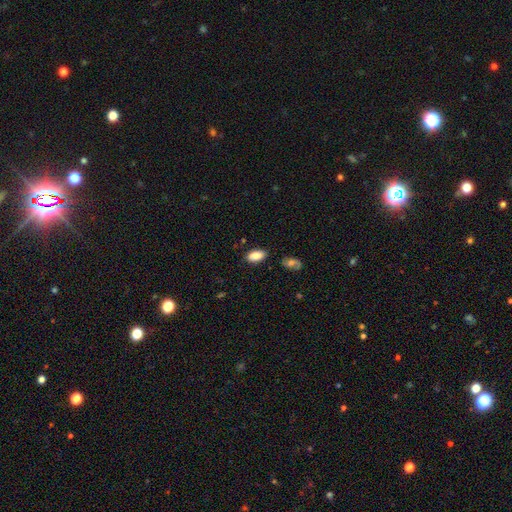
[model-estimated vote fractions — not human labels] smooth_or_featured: smooth (p=0.85) [alt: featured or disk p=0.07]
how_rounded: in between (p=0.93) [alt: cigar-shaped p=0.04]
merging: none (p=0.83) [alt: minor disturbance p=0.12]